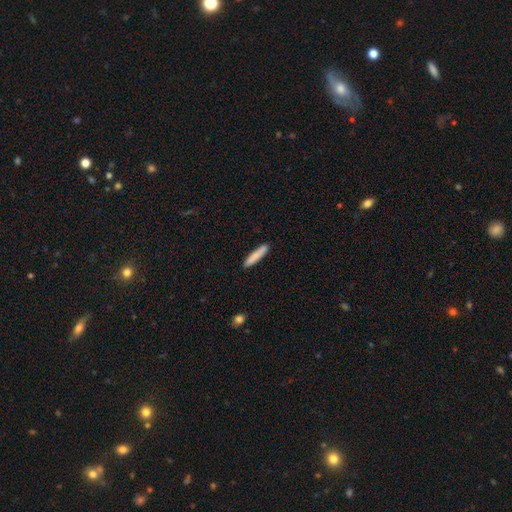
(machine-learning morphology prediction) smooth 85%, featured or disk 10%, star or artifact 6%. Down the decision tree: how rounded — cigar-shaped (89%); merging — none (90%).